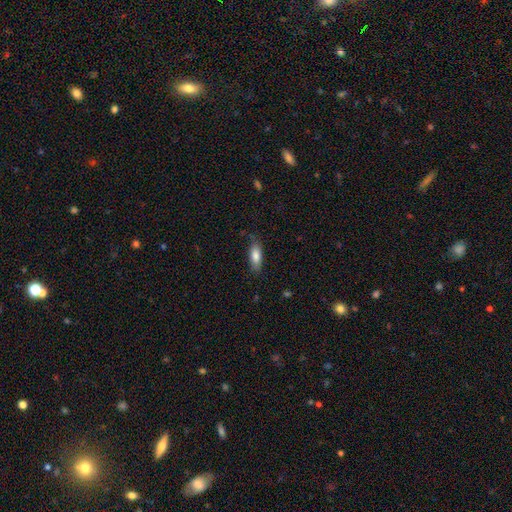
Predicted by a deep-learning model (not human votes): This is clearly a smooth galaxy (81%). How rounded: likely in between (71%). Merging: likely none (78%).